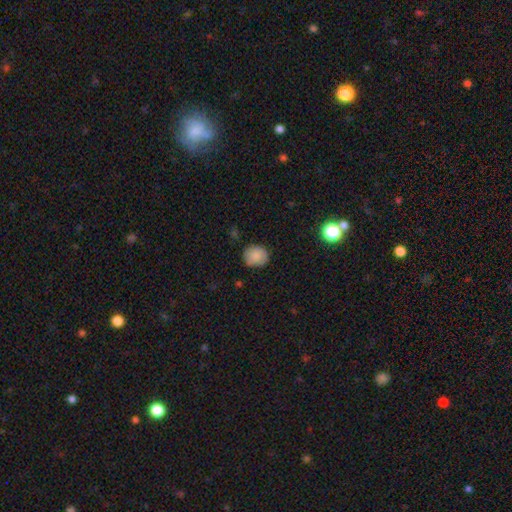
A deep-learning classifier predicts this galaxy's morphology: Smooth or featured: smooth — 84% (star or artifact — 9%)
How rounded: round — 79% (in between — 20%)
Merging: none — 78% (minor disturbance — 17%)